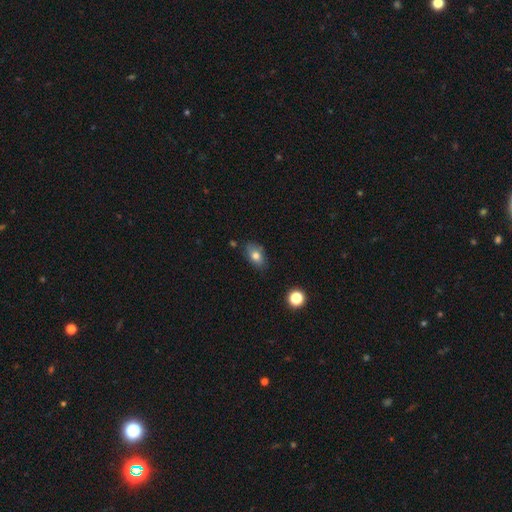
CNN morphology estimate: Smooth or featured? Predicted: smooth (p=0.77). How rounded? Predicted: in between (p=0.85). Merging? Predicted: none (p=0.77).